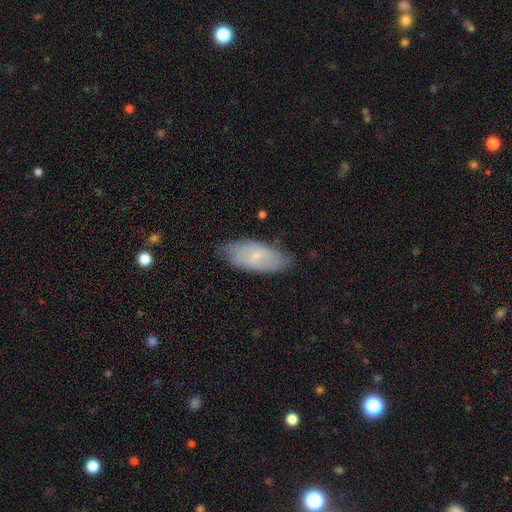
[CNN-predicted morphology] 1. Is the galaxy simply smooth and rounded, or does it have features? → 53% smooth, 39% featured or disk, 7% star or artifact.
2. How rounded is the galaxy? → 82% in between, 16% cigar-shaped, 2% round.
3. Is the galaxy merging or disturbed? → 78% none, 17% minor disturbance, 3% major disturbance, 1% merger.